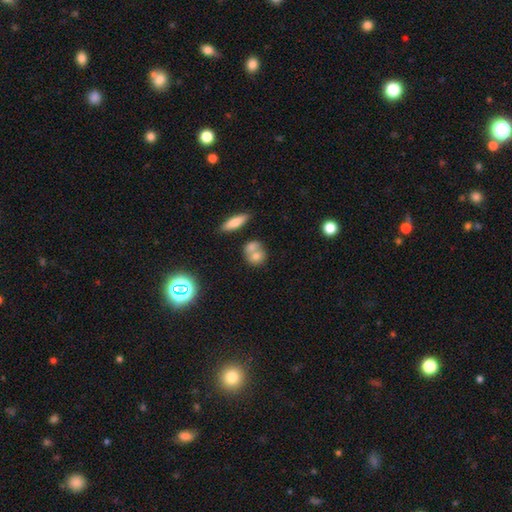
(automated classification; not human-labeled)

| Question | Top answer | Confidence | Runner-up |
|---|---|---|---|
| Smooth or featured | smooth | 69% | featured or disk (18%) |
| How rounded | round | 64% | in between (33%) |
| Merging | merger | 51% | none (36%) |